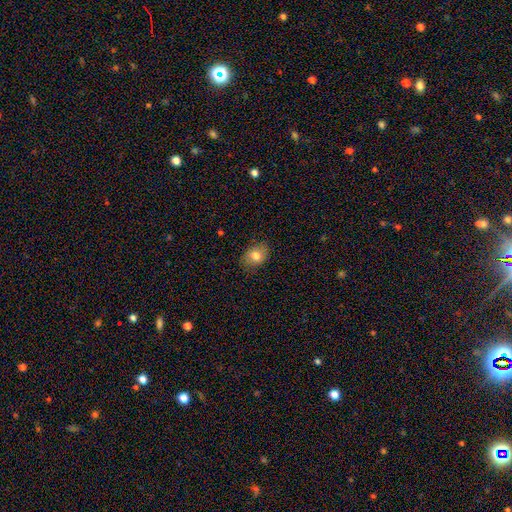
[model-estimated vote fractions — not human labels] Smooth or featured? Predicted: smooth (p=0.78). How rounded? Predicted: in between (p=0.68). Merging? Predicted: none (p=0.80).